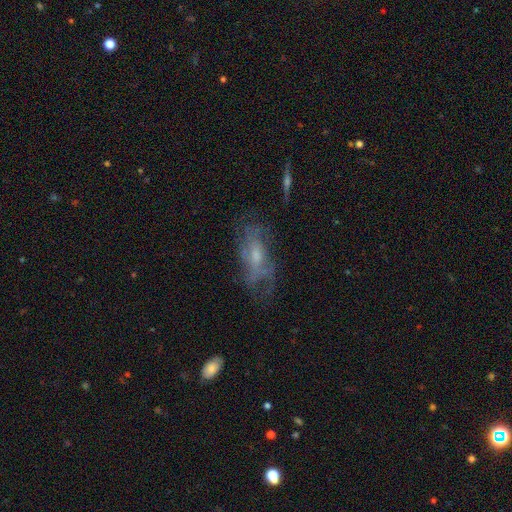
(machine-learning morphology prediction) This is possibly a featured or disk galaxy (59%). It is clearly not viewed edge-on (87%). Bar: likely no (66%). Spiral arm pattern: possibly yes (55%). Central bulge: marginally small (44%). Merging: possibly none (54%).